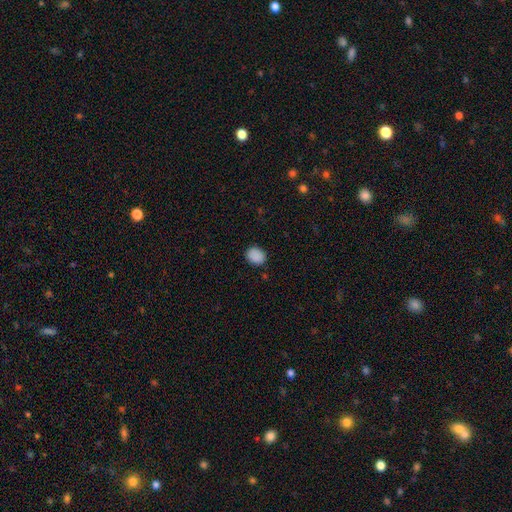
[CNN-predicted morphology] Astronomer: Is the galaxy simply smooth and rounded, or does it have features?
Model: smooth — 88%.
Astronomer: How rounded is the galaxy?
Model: round — 53% (runner-up: in between, 47%).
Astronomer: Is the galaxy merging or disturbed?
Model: none — 85%.